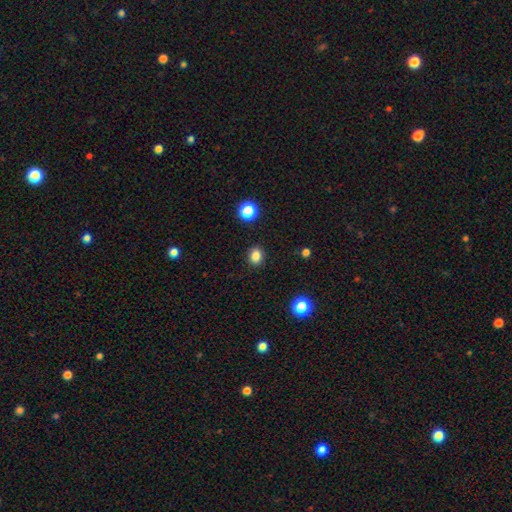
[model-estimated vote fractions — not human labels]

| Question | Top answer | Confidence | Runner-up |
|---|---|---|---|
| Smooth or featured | smooth | 84% | star or artifact (12%) |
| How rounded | round | 55% | in between (44%) |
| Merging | none | 89% | minor disturbance (7%) |